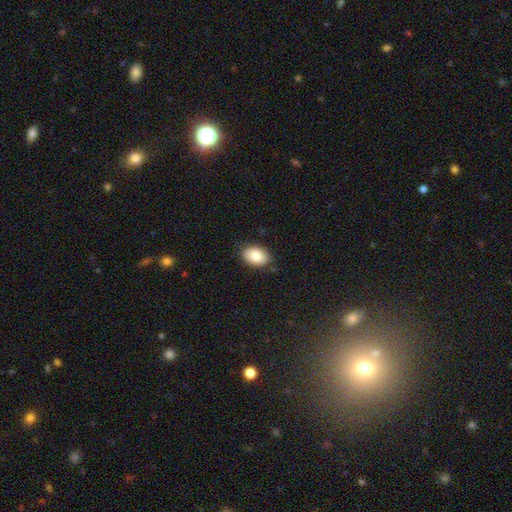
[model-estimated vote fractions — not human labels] This appears to be a smooth galaxy with no disk features (84%) that is in between round and cigar-shaped (82%). Merging: none (84%).